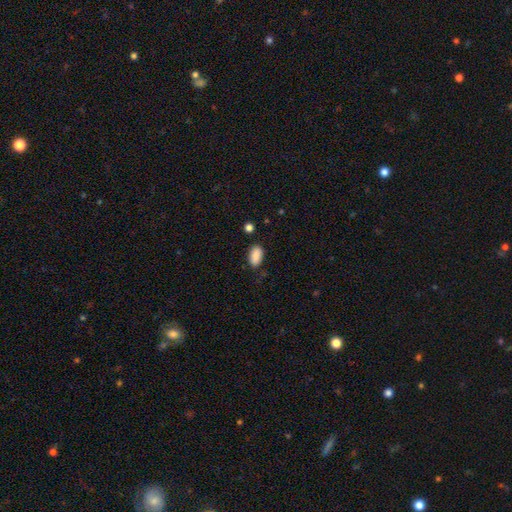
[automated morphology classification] smooth-or-featured: smooth: 89% | star or artifact: 7% | featured or disk: 3%
  how-rounded: in between: 93% | round: 4% | cigar-shaped: 3%
  merging: none: 80% | minor disturbance: 14% | major disturbance: 3% | merger: 2%